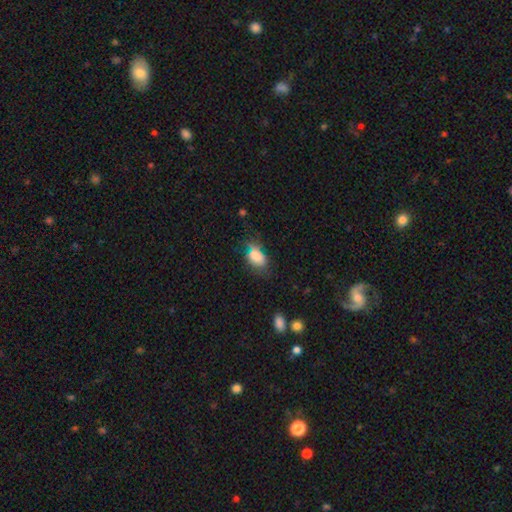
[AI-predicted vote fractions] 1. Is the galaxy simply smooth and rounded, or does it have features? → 78% smooth, 11% star or artifact, 11% featured or disk.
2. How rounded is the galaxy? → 86% in between, 12% round, 3% cigar-shaped.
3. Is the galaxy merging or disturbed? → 54% none, 29% minor disturbance, 12% major disturbance, 5% merger.